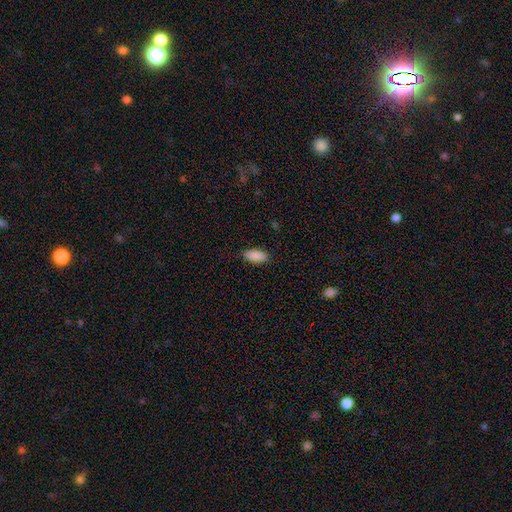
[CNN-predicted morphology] smooth-or-featured: smooth: 90% | star or artifact: 7% | featured or disk: 3%
  how-rounded: in between: 87% | cigar-shaped: 11% | round: 2%
  merging: none: 87% | minor disturbance: 10% | major disturbance: 2% | merger: 1%